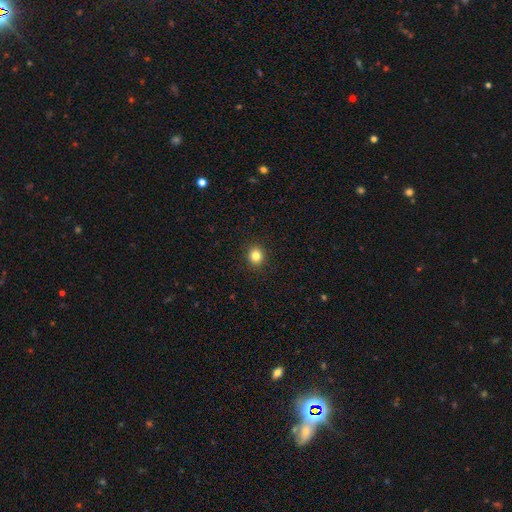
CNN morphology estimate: smooth 83%, star or artifact 12%, featured or disk 5%. Down the decision tree: how rounded — round (87%); merging — none (92%).